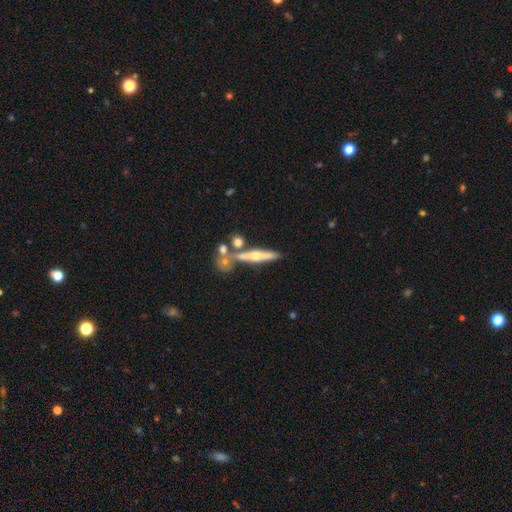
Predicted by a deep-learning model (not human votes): smooth_or_featured: featured or disk (p=0.67) [alt: smooth p=0.24]
disk_edge_on: yes (p=0.91) [alt: no p=0.09]
edge_on_bulge: rounded (p=0.85) [alt: none p=0.09]
merging: none (p=0.58) [alt: merger p=0.23]